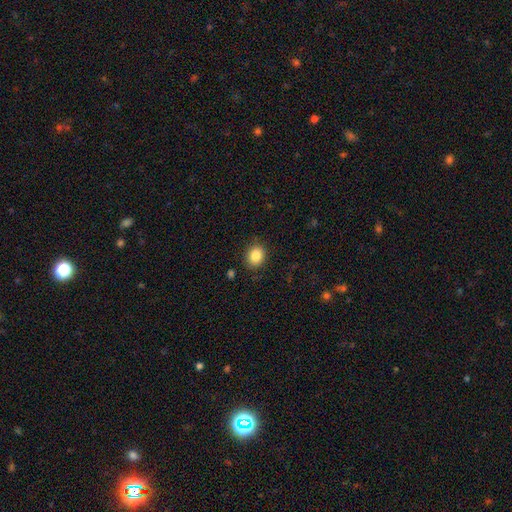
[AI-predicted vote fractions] smooth 85%, star or artifact 10%, featured or disk 5%. Down the decision tree: how rounded — round (62%); merging — none (87%).